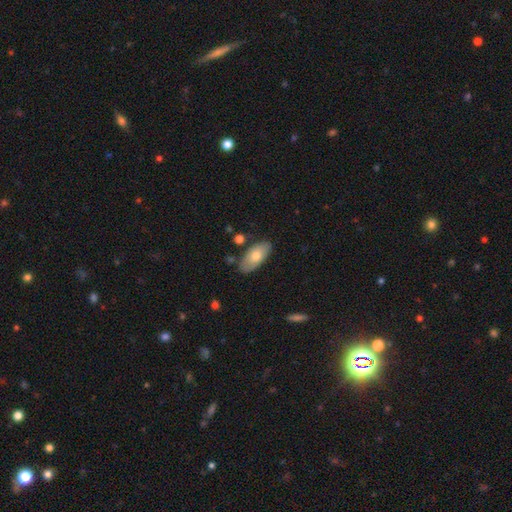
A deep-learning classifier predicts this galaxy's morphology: Overall: smooth (70%). How rounded: in between (90%). Merging: none (80%).